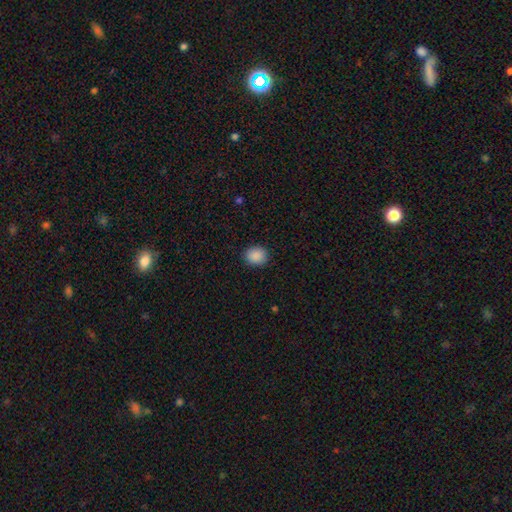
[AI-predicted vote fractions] Smooth or featured?
  - smooth: 89% *
  - star or artifact: 8%
  - featured or disk: 2%
How rounded?
  - round: 72% *
  - in between: 27%
  - cigar-shaped: 1%
Merging?
  - none: 90% *
  - minor disturbance: 7%
  - major disturbance: 2%
  - merger: 1%